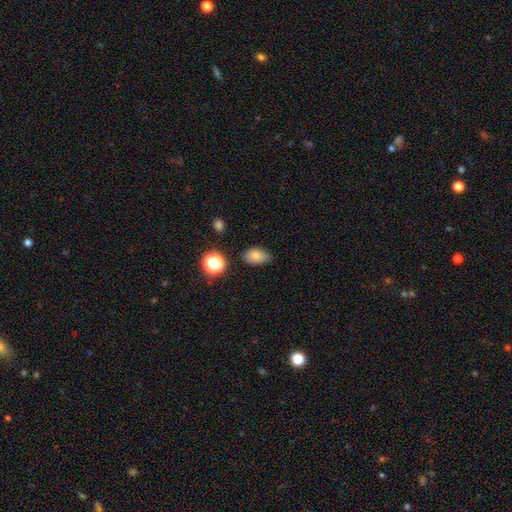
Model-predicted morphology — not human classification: Q: Smooth or featured?
A: smooth (79%); runner-up: star or artifact (12%)
Q: How rounded?
A: in between (81%); runner-up: round (17%)
Q: Merging?
A: none (64%); runner-up: minor disturbance (29%)